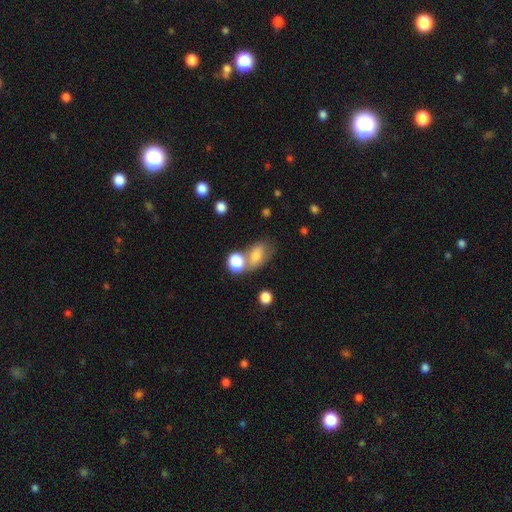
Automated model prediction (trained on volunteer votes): smooth_or_featured: smooth (p=0.73) [alt: featured or disk p=0.15]
how_rounded: in between (p=0.77) [alt: round p=0.20]
merging: none (p=0.42) [alt: merger p=0.35]